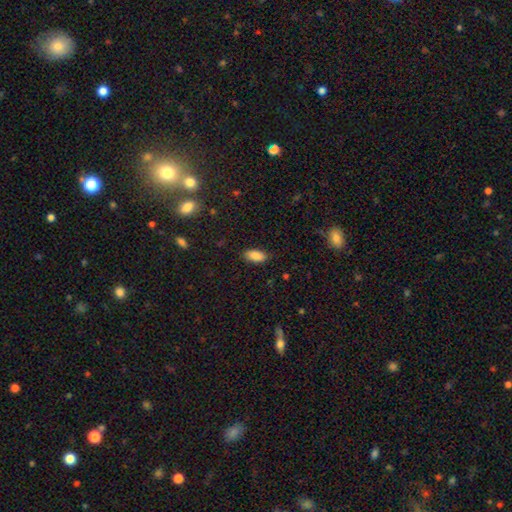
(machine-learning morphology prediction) Smooth or featured? smooth (88%)
How rounded? in between (90%)
Merging? none (85%)